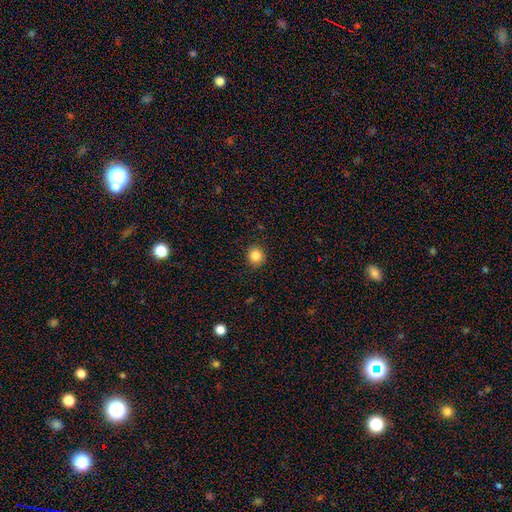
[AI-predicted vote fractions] smooth-or-featured: smooth: 85% | star or artifact: 11% | featured or disk: 4%
  how-rounded: round: 91% | in between: 8% | cigar-shaped: 1%
  merging: none: 91% | minor disturbance: 6% | major disturbance: 2% | merger: 1%